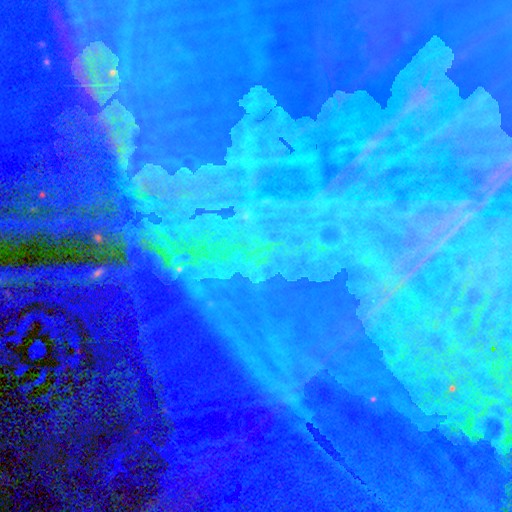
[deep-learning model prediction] The model was most divided on "smooth or featured": star or artifact: 83%, featured or disk: 10%, smooth: 7%.